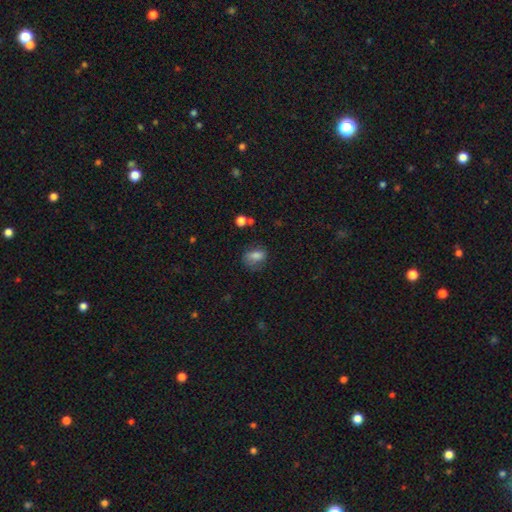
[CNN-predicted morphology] Smooth or featured? smooth (76%)
How rounded? in between (76%)
Merging? none (56%)